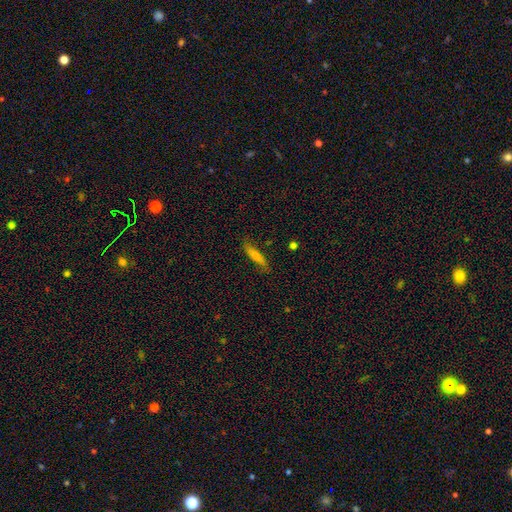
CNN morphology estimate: Smooth or featured? smooth (67%)
How rounded? cigar-shaped (82%)
Merging? none (79%)